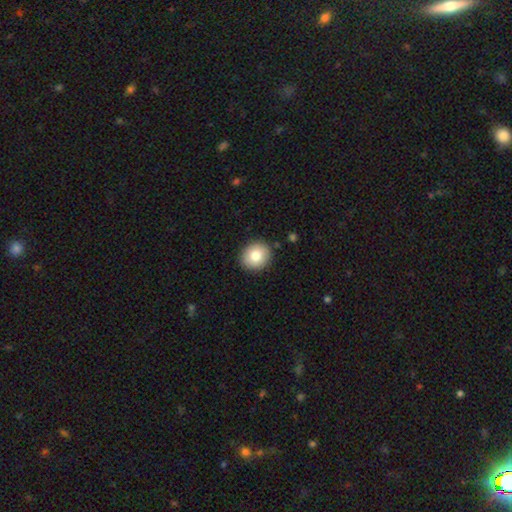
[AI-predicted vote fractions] This appears to be a smooth galaxy with no disk features (82%) that is round (77%). Merging: none (89%).